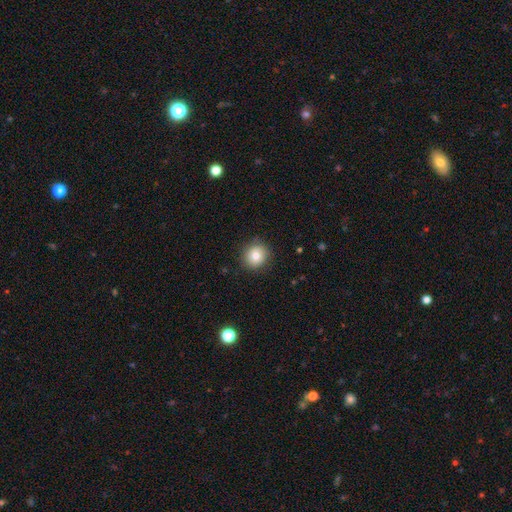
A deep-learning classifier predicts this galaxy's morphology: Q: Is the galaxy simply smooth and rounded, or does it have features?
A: smooth — 79%.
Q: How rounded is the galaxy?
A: round — 89%.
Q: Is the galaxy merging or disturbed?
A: none — 89%.